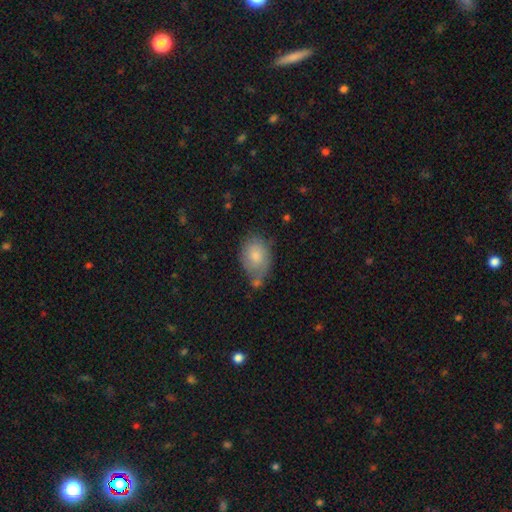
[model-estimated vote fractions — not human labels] Smooth or featured? Predicted: smooth (p=0.78). How rounded? Predicted: in between (p=0.75). Merging? Predicted: none (p=0.48).